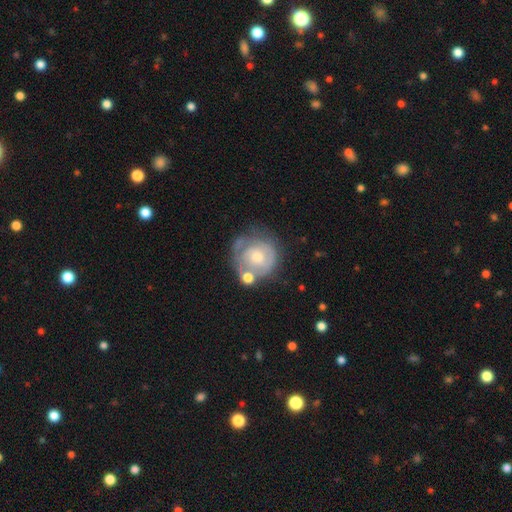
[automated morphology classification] A featured or disk galaxy (63%) with no bar (80%), spiral arms (63%) and a moderate central bulge (58%). Merging: none (57%).